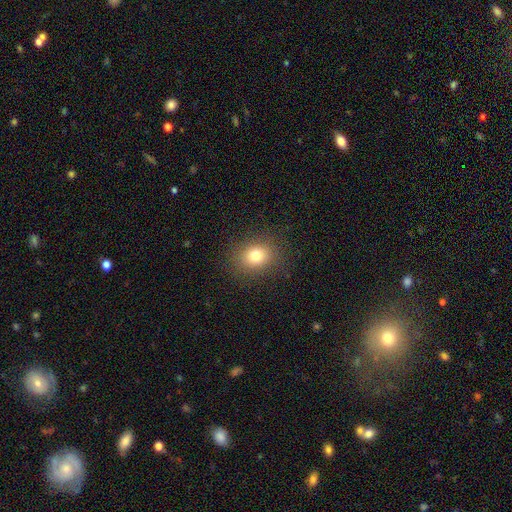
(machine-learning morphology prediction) Overall: smooth (78%). How rounded: round (56%; in between 43%). Merging: none (88%).